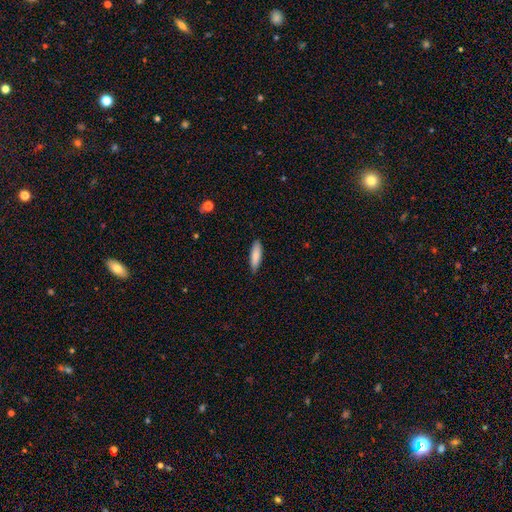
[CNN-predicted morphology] A smooth galaxy with no disk features (83%) that is cigar-shaped (55%).

Vote fractions:
- Smooth or featured? smooth: 83% / featured or disk: 11% / star or artifact: 6%
- How rounded? cigar-shaped: 55% / in between: 43% / round: 2%
- Merging? none: 86% / minor disturbance: 11% / major disturbance: 2% / merger: 1%